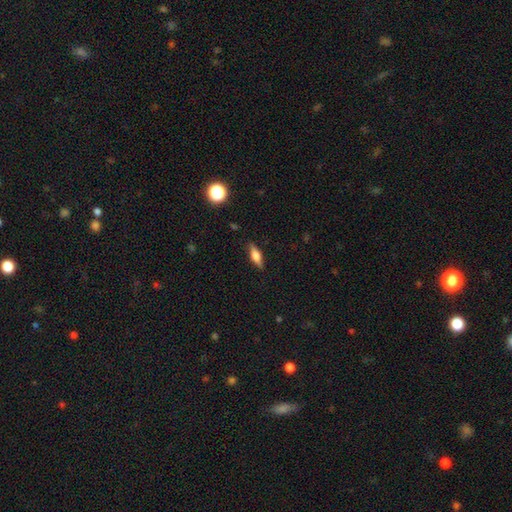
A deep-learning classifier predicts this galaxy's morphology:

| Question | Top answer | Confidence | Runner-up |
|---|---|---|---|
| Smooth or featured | smooth | 52% | featured or disk (40%) |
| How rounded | in between | 51% | cigar-shaped (45%) |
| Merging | none | 85% | minor disturbance (11%) |